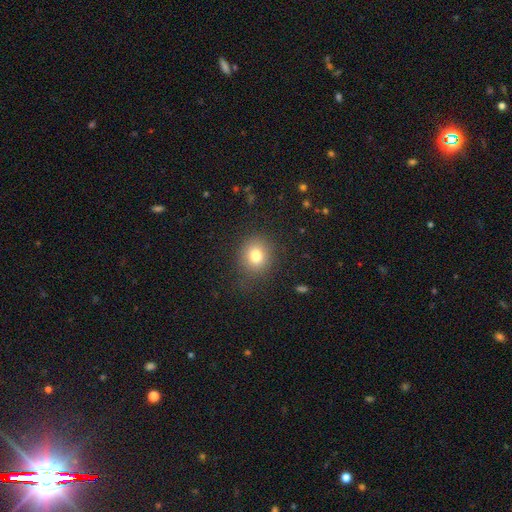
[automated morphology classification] The model was most divided on "how rounded": round: 80%, in between: 19%, cigar-shaped: 1%. More confident: merging — none (84%); smooth or featured — smooth (78%).